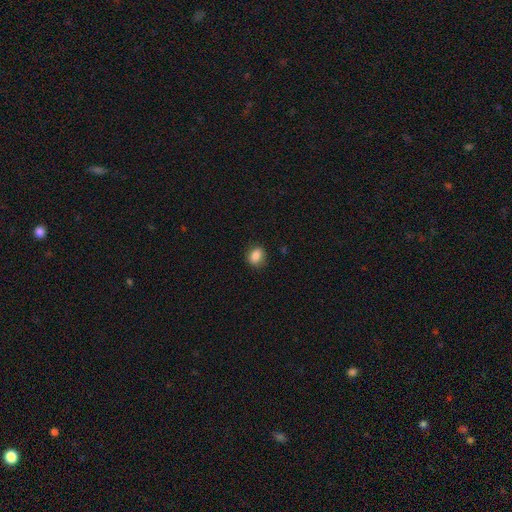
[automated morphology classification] A smooth galaxy with no disk features (86%) that is in between round and cigar-shaped (54%). Merging: none (82%).